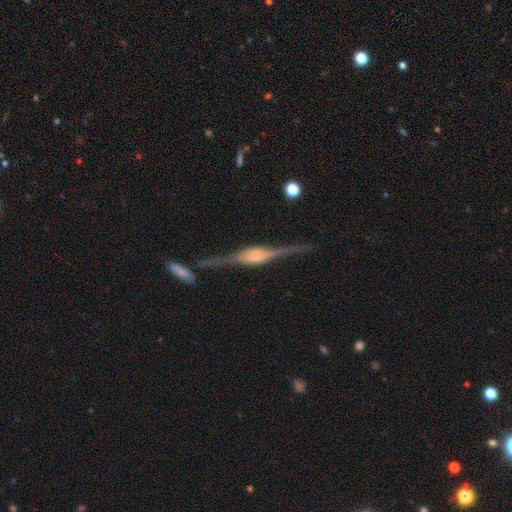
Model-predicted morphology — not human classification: Smooth or featured: featured or disk — 87% (smooth — 8%)
Edge-on disk: yes — 97% (no — 3%)
Edge-on bulge: rounded — 69% (boxy — 28%)
Merging: none — 76% (minor disturbance — 15%)